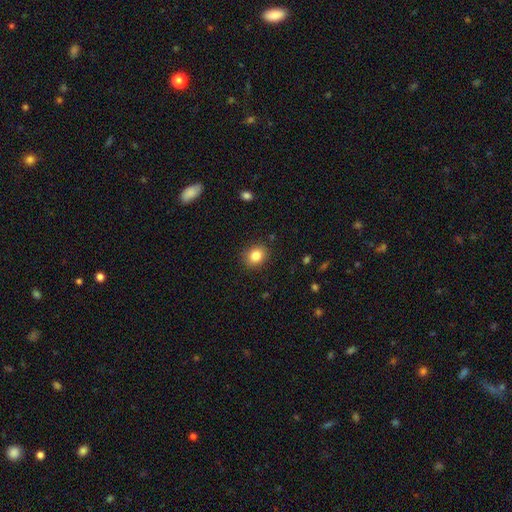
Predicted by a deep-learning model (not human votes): Q: Smooth or featured?
A: smooth (84%); runner-up: star or artifact (10%)
Q: How rounded?
A: round (57%); runner-up: in between (42%)
Q: Merging?
A: none (88%); runner-up: minor disturbance (8%)